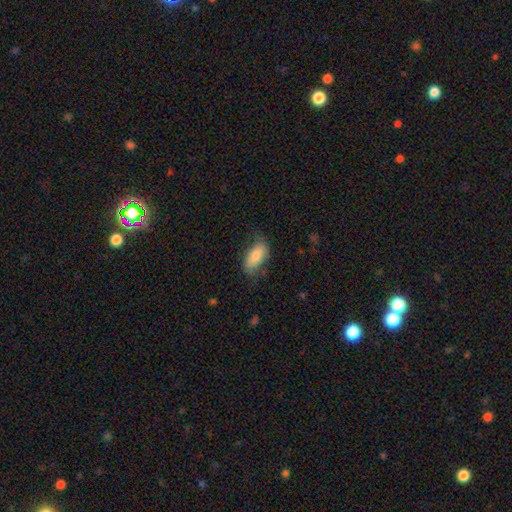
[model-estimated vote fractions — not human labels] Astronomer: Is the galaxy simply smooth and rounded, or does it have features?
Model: smooth — 74%.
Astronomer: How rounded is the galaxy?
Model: in between — 88%.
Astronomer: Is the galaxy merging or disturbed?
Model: none — 65%.